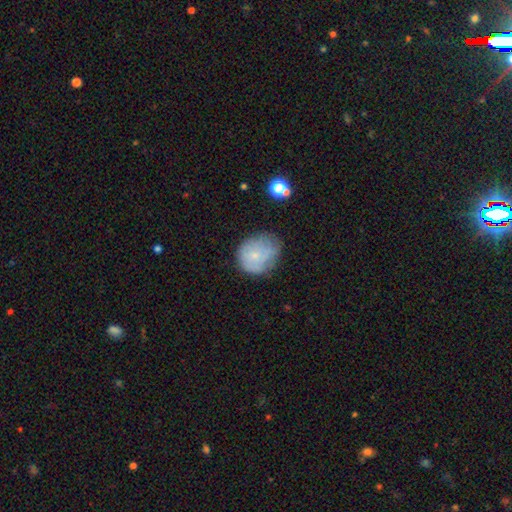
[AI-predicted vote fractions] Q: Smooth or featured?
A: smooth (65%); runner-up: featured or disk (26%)
Q: How rounded?
A: round (68%); runner-up: in between (31%)
Q: Merging?
A: none (46%); runner-up: minor disturbance (36%)